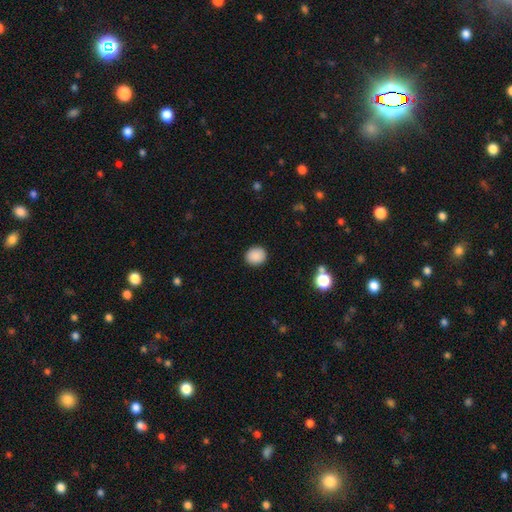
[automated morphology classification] A smooth galaxy with no disk features (88%) that is round (78%). Merging: none (91%).